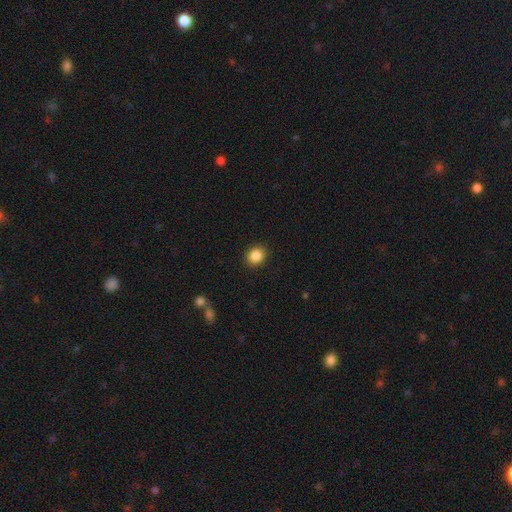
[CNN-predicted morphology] smooth-or-featured: smooth: 87% | star or artifact: 9% | featured or disk: 4%
  how-rounded: round: 70% | in between: 29% | cigar-shaped: 1%
  merging: none: 89% | minor disturbance: 8% | major disturbance: 2% | merger: 1%